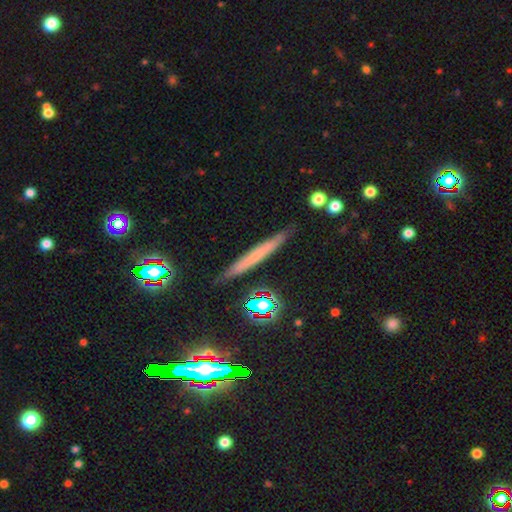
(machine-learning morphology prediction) Smooth or featured?
  - smooth: 50% *
  - featured or disk: 36%
  - star or artifact: 14%
How rounded?
  - cigar-shaped: 94% *
  - in between: 3%
  - round: 3%
Merging?
  - none: 87% *
  - minor disturbance: 10%
  - major disturbance: 2%
  - merger: 2%